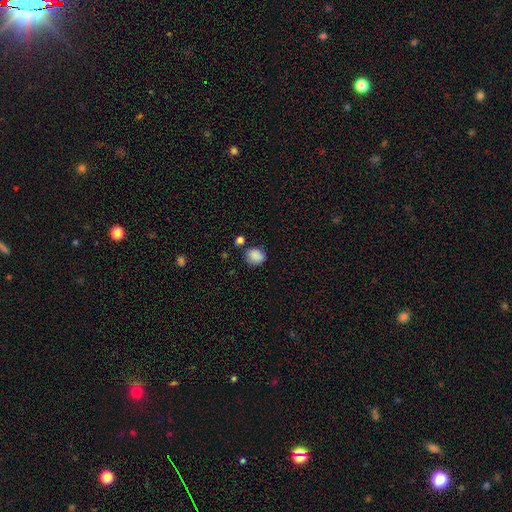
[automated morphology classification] Smooth or featured? Predicted: smooth (p=0.87). How rounded? Predicted: round (p=0.62). Merging? Predicted: none (p=0.72).